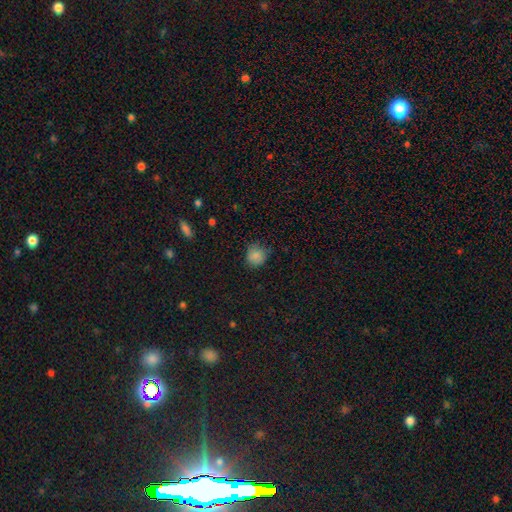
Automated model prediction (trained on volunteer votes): Overall: smooth (83%). How rounded: round (86%). Merging: none (72%).